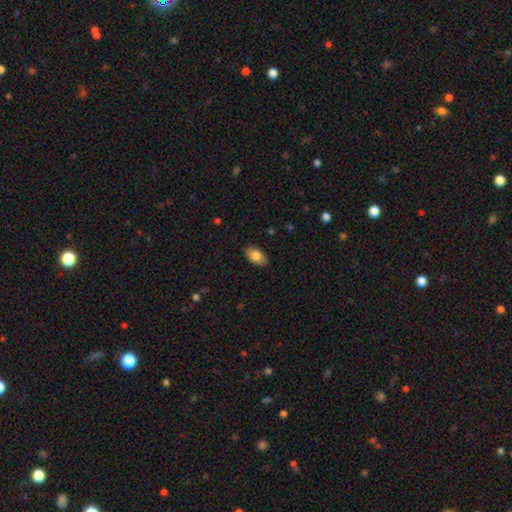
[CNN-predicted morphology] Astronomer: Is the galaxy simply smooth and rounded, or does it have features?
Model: smooth — 81%.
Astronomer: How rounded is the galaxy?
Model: in between — 93%.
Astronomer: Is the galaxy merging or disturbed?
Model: none — 87%.